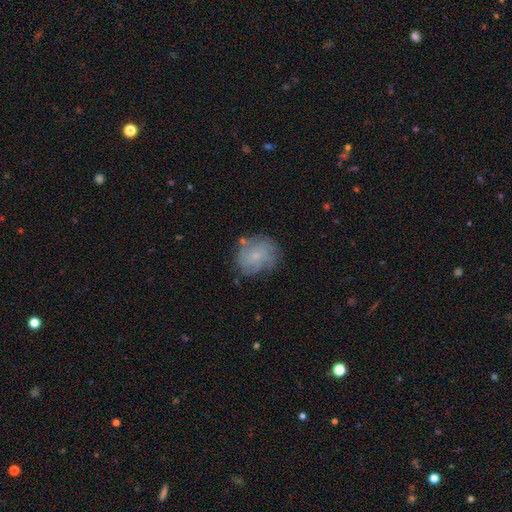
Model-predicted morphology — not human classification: A featured or disk galaxy (53%) with no bar (81%), spiral arms (77%) and a small central bulge (76%). Merging: none (69%).